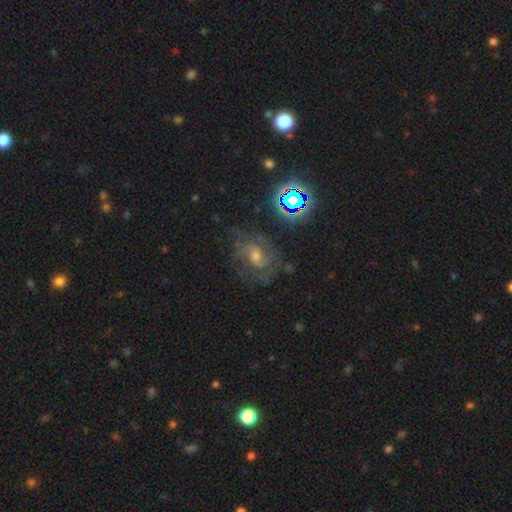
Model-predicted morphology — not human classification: Smooth or featured? Predicted: featured or disk (p=0.56). Edge-on disk? Predicted: no (p=0.96). Bar? Predicted: no (p=0.53). Spiral arms? Predicted: yes (p=0.81). Bulge size? Predicted: moderate (p=0.47). Merging? Predicted: none (p=0.67).